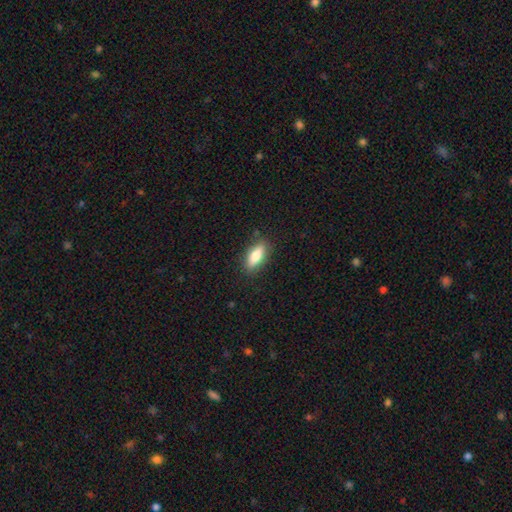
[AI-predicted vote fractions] A smooth galaxy with no disk features (75%) that is in between round and cigar-shaped (69%). Merging: none (85%).